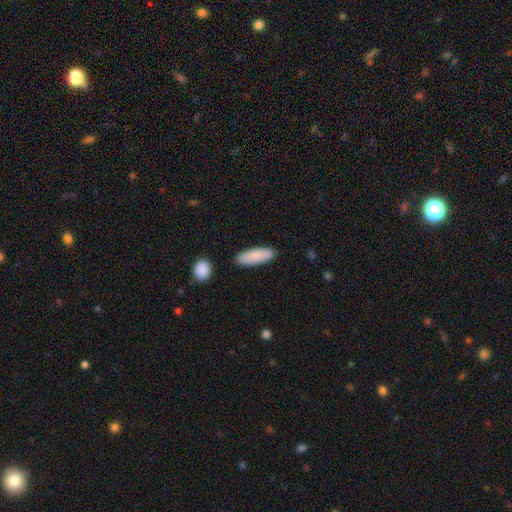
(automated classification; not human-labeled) Smooth or featured?
  - smooth: 84% *
  - featured or disk: 10%
  - star or artifact: 6%
How rounded?
  - in between: 61% *
  - cigar-shaped: 37%
  - round: 2%
Merging?
  - none: 85% *
  - minor disturbance: 10%
  - merger: 3%
  - major disturbance: 2%